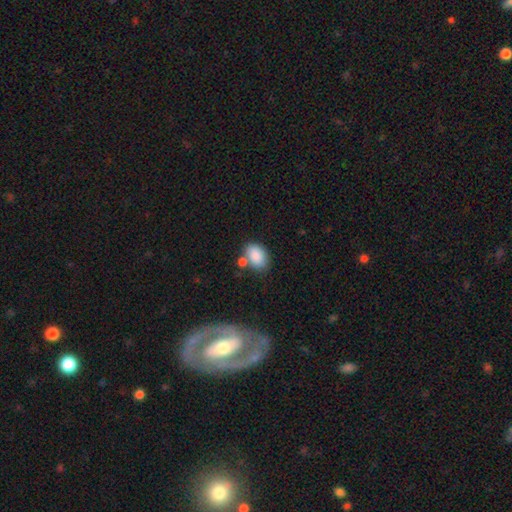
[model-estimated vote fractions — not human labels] Morphology: type=smooth (86%); roundness=in between (82%); merging=none (60%).